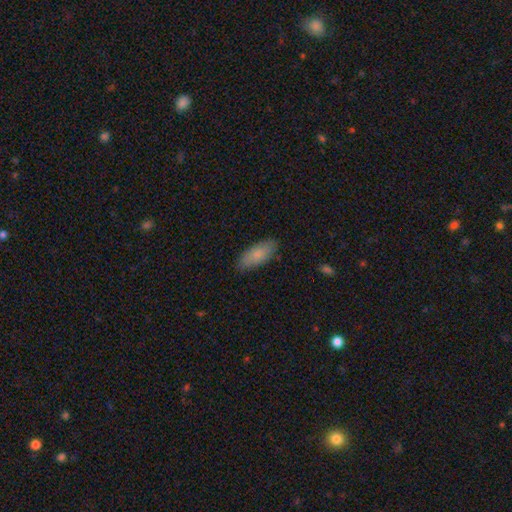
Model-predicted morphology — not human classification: Overall: smooth (82%). How rounded: in between (83%). Merging: none (84%).